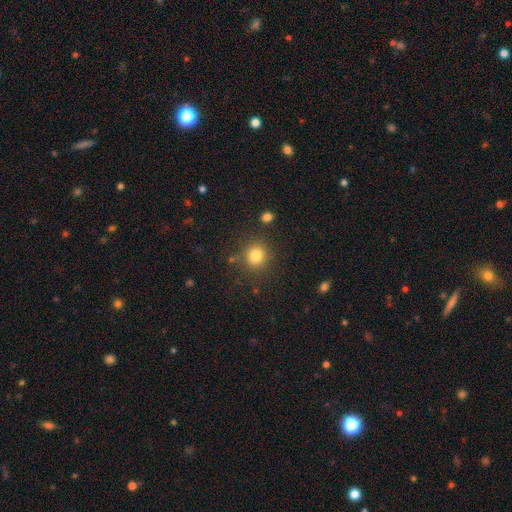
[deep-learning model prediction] Morphology: type=smooth (81%); roundness=round (89%); merging=none (83%).